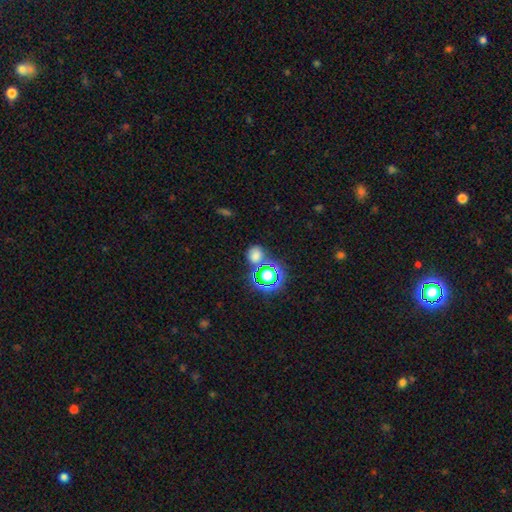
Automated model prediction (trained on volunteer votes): A smooth galaxy with no disk features (60%) that is round (71%). Merging: none (70%).